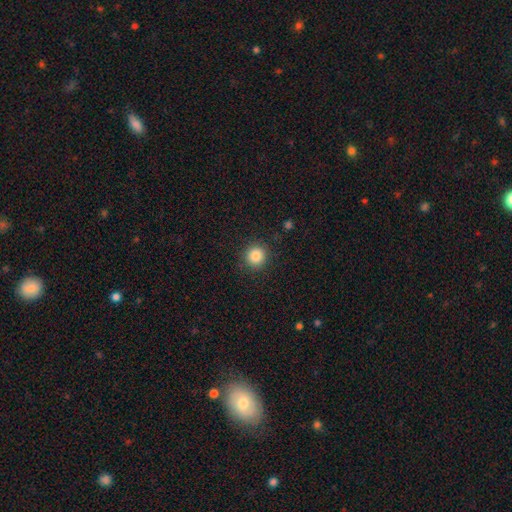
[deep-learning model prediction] Smooth or featured? Predicted: smooth (p=0.85). How rounded? Predicted: round (p=0.93). Merging? Predicted: none (p=0.90).